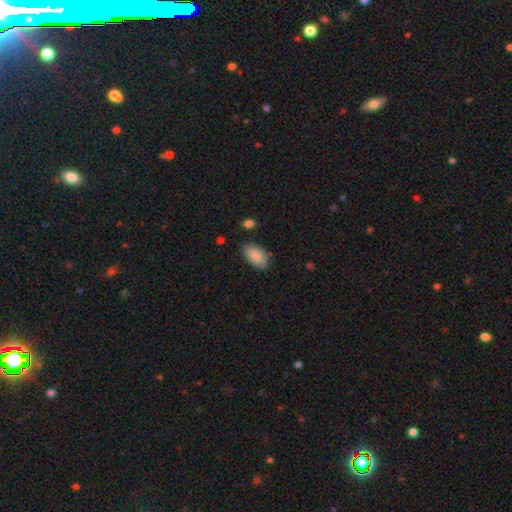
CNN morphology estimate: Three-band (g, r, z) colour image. It shows a smooth galaxy with no disk features (88%) that is in between round and cigar-shaped (94%). Merging: none (78%).